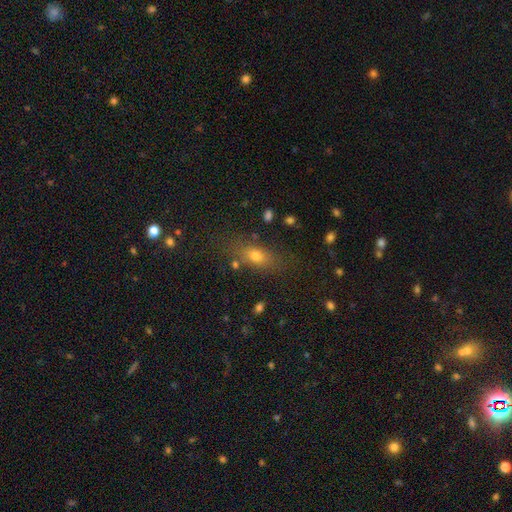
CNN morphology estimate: Q: Smooth or featured?
A: smooth (70%); runner-up: star or artifact (15%)
Q: How rounded?
A: in between (68%); runner-up: cigar-shaped (17%)
Q: Merging?
A: none (74%); runner-up: minor disturbance (15%)